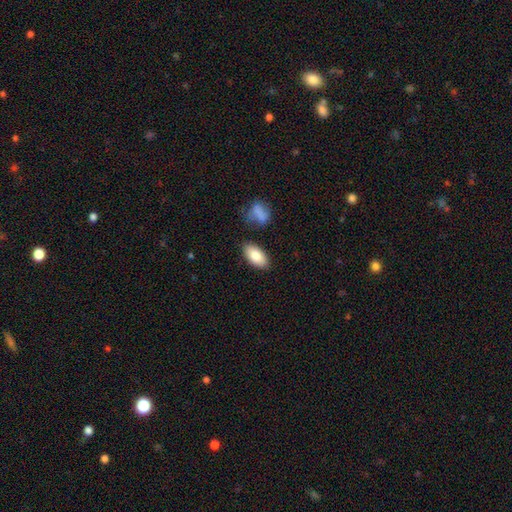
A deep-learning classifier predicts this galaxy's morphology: smooth_or_featured: smooth (p=0.83) [alt: featured or disk p=0.10]
how_rounded: in between (p=0.93) [alt: cigar-shaped p=0.04]
merging: none (p=0.83) [alt: minor disturbance p=0.11]